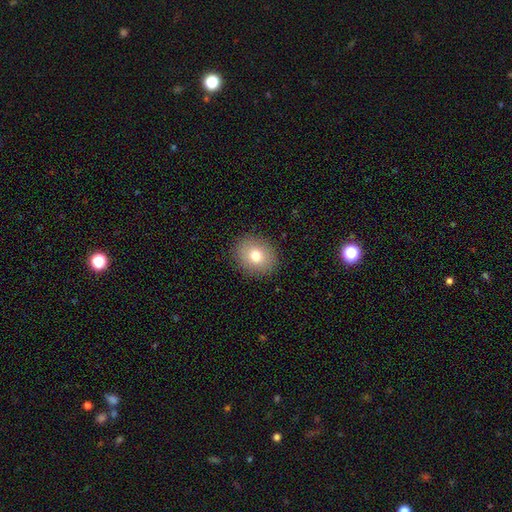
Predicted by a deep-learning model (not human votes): Smooth or featured? smooth (77%)
How rounded? round (67%)
Merging? none (89%)